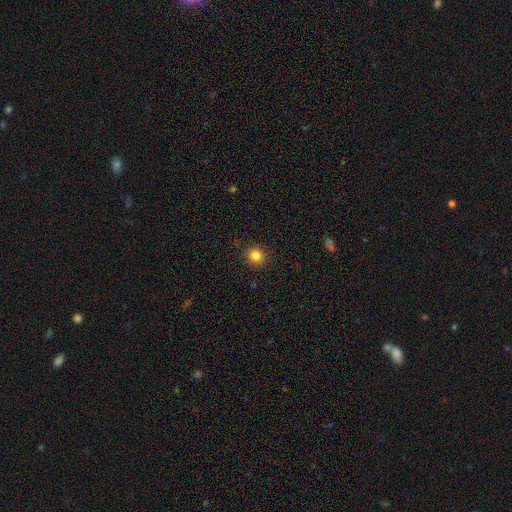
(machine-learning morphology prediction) The model was most divided on "smooth or featured": smooth: 83%, star or artifact: 12%, featured or disk: 5%. More confident: merging — none (90%); how rounded — round (87%).